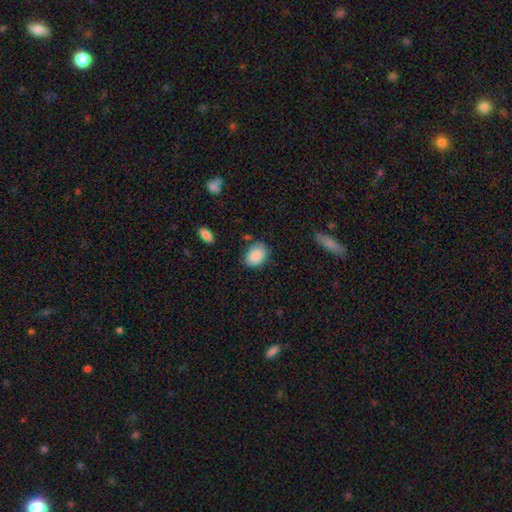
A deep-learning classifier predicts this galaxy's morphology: smooth 88%, star or artifact 7%, featured or disk 5%. Down the decision tree: how rounded — in between (80%); merging — none (74%).